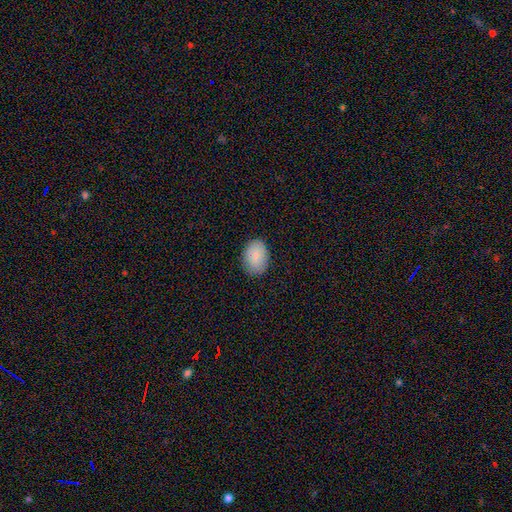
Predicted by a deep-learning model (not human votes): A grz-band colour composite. It shows a smooth galaxy with no disk features (87%) that is in between round and cigar-shaped (82%). Merging: none (86%).